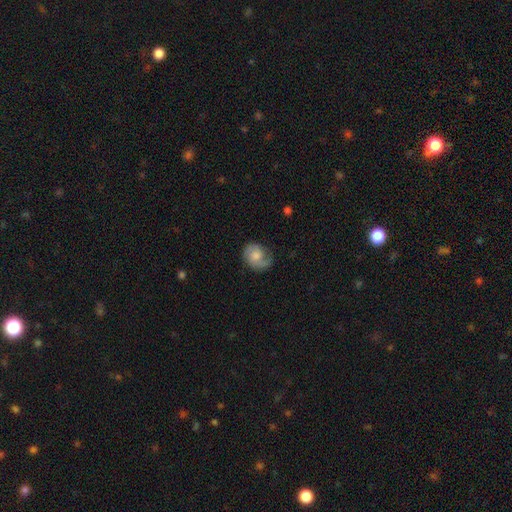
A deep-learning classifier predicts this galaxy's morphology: featured or disk 54%, smooth 38%, star or artifact 7%. Down the decision tree: edge-on disk — no (97%); bar — no (71%); spiral arms — yes (89%); bulge size — moderate (45%); merging — none (62%).